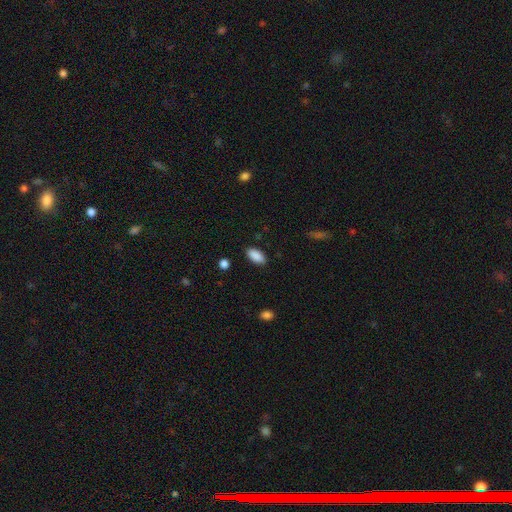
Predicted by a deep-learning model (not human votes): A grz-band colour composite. It shows a smooth galaxy with no disk features (90%) that is in between round and cigar-shaped (92%). Merging: none (87%).